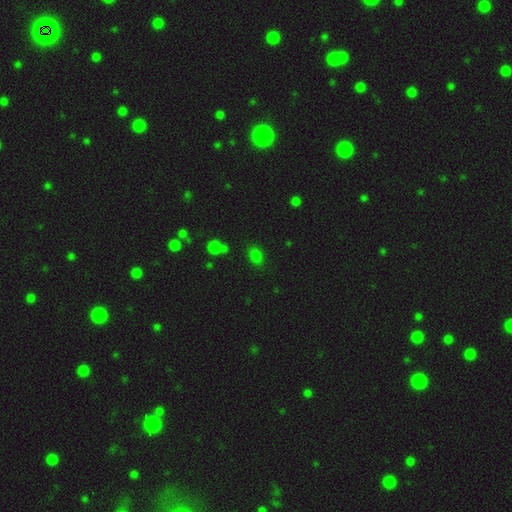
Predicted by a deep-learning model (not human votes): The model was most divided on "how rounded": in between: 73%, round: 26%, cigar-shaped: 2%. More confident: merging — none (77%); smooth or featured — smooth (75%).